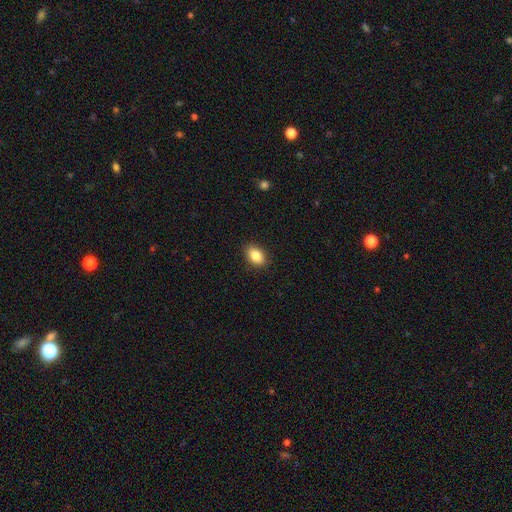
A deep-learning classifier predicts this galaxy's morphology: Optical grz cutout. It shows a smooth galaxy with no disk features (86%) that is in between round and cigar-shaped (84%). Merging: none (89%).